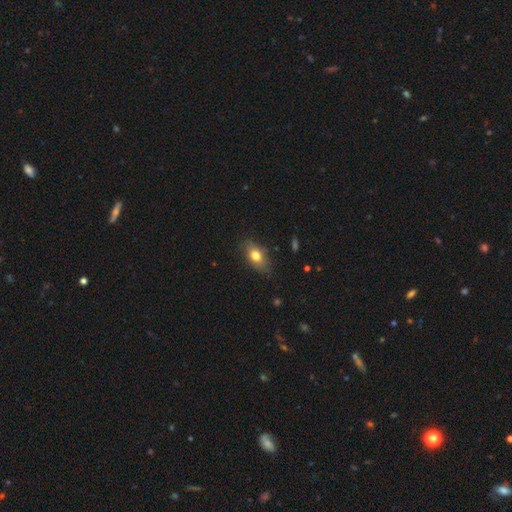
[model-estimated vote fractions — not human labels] Smooth or featured?
  - smooth: 72% *
  - featured or disk: 20%
  - star or artifact: 8%
How rounded?
  - in between: 86% *
  - round: 9%
  - cigar-shaped: 6%
Merging?
  - none: 78% *
  - minor disturbance: 17%
  - major disturbance: 3%
  - merger: 1%